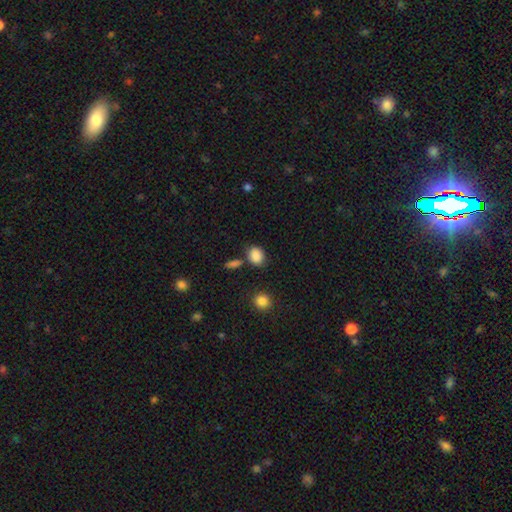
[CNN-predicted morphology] Overall: smooth (86%). How rounded: in between (53%; round 46%). Merging: none (70%).